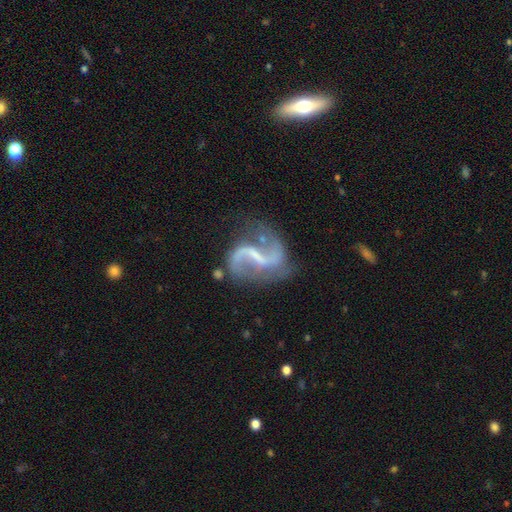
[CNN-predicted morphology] smooth-or-featured: featured or disk: 90% | star or artifact: 5% | smooth: 4%
  disk-edge-on: no: 98% | yes: 2%
    bar: weak: 43% | strong: 41% | no: 16%
    has-spiral-arms: yes: 96% | no: 4%
      spiral-winding: loose: 68% | medium: 27% | tight: 5%
      spiral-arm-count: 2: 92% | 1: 3% | can't tell: 2% | 3: 1% | 4: 1% | more than 4: 1%
    bulge-size: none: 45% | small: 43% | moderate: 10% | large: 2% | dominant: 1%
  merging: none: 68% | minor disturbance: 17% | major disturbance: 11% | merger: 4%